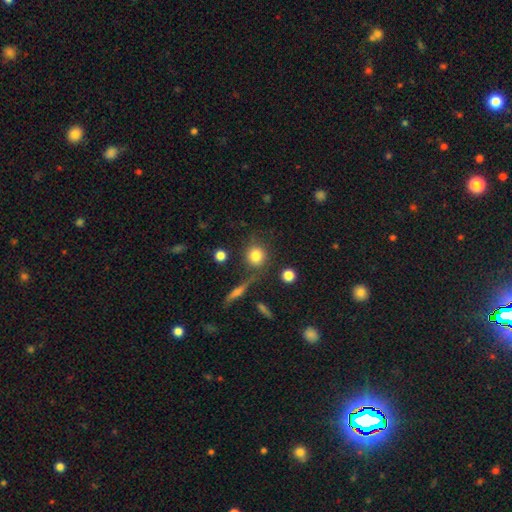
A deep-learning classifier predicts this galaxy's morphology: Smooth or featured? Predicted: smooth (p=0.81). How rounded? Predicted: round (p=0.87). Merging? Predicted: none (p=0.75).